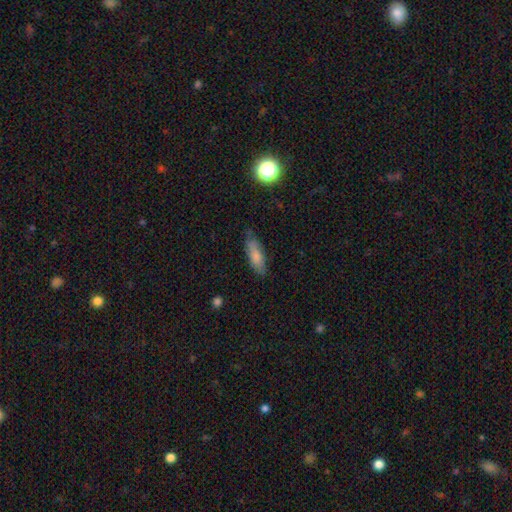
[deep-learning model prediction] smooth_or_featured: smooth (p=0.78) [alt: featured or disk p=0.15]
how_rounded: in between (p=0.59) [alt: cigar-shaped p=0.39]
merging: none (p=0.73) [alt: minor disturbance p=0.21]